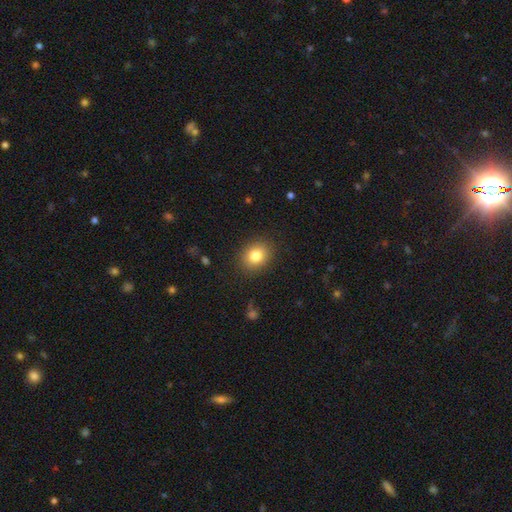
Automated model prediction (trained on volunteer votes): smooth-or-featured: smooth: 82% | star or artifact: 10% | featured or disk: 8%
  how-rounded: round: 61% | in between: 38% | cigar-shaped: 1%
  merging: none: 88% | minor disturbance: 8% | major disturbance: 3% | merger: 1%